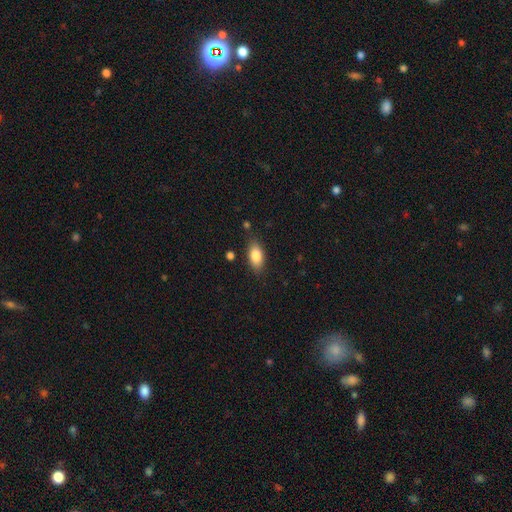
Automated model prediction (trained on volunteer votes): Q: Smooth or featured?
A: smooth (83%); runner-up: featured or disk (10%)
Q: How rounded?
A: in between (88%); runner-up: cigar-shaped (7%)
Q: Merging?
A: none (82%); runner-up: minor disturbance (13%)